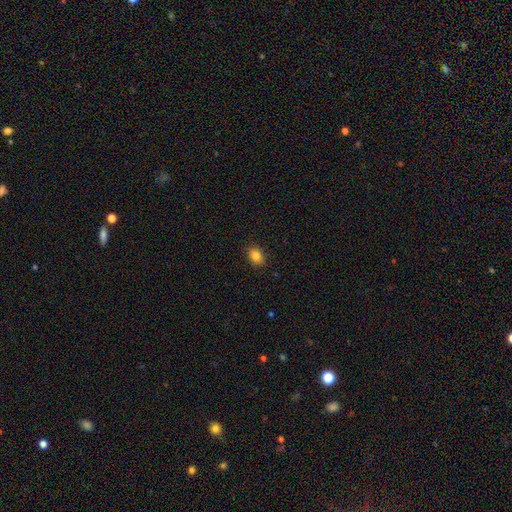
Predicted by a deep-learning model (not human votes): Overall: smooth (85%). How rounded: in between (74%). Merging: none (88%).